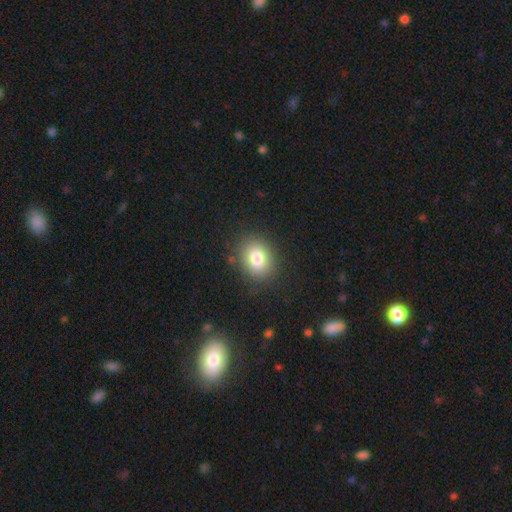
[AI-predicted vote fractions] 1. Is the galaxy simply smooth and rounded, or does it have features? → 79% smooth, 13% star or artifact, 7% featured or disk.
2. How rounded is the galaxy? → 51% round, 48% in between, 1% cigar-shaped.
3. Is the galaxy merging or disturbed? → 88% none, 7% minor disturbance, 2% major disturbance, 2% merger.